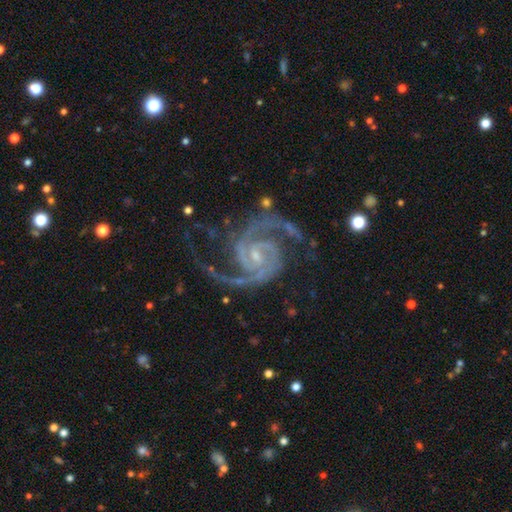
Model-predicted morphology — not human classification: A featured or disk galaxy (94%) with no bar (46%), 2 (82%) medium (58%) spiral arms (99%) and a small central bulge (71%). Merging: none (70%).